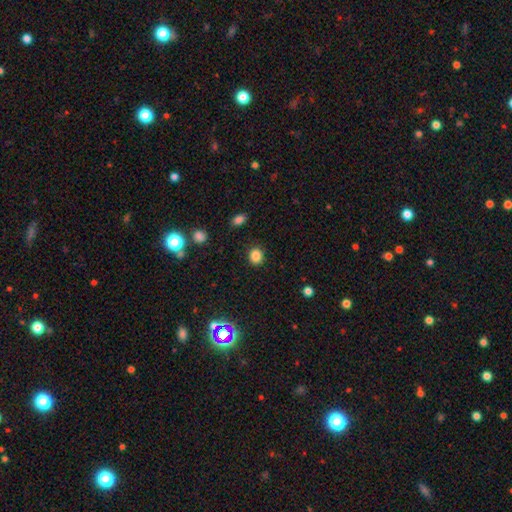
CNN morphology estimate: The model was most divided on "how rounded": round: 76%, in between: 23%, cigar-shaped: 1%. More confident: merging — none (89%); smooth or featured — smooth (84%).